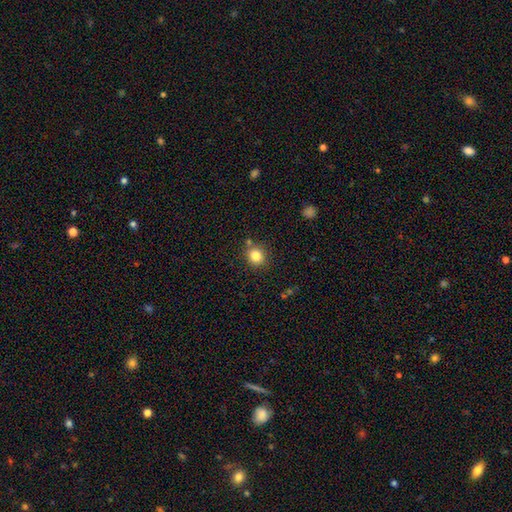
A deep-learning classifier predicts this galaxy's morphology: Overall: smooth (83%). How rounded: round (81%). Merging: none (79%).